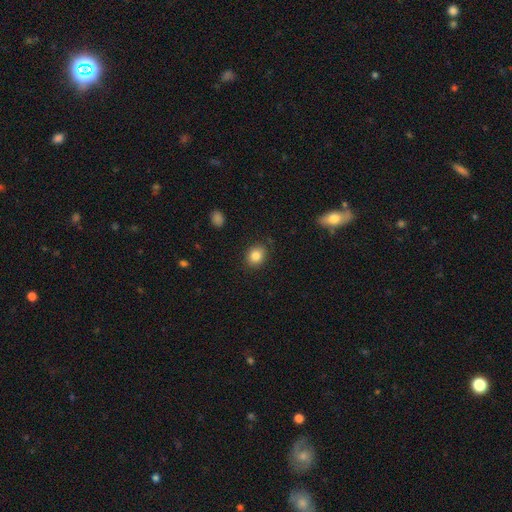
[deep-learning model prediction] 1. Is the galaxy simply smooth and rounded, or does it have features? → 85% smooth, 10% star or artifact, 6% featured or disk.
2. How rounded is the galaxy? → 63% round, 36% in between, 1% cigar-shaped.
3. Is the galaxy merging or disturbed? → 87% none, 9% minor disturbance, 3% major disturbance, 1% merger.